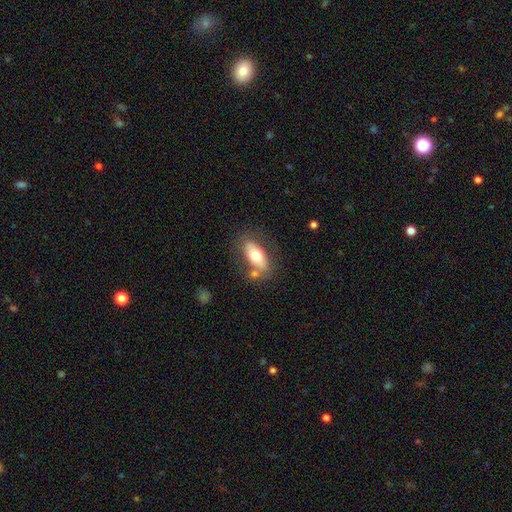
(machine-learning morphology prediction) type=smooth (64%); roundness=in between (84%); merging=none (68%).